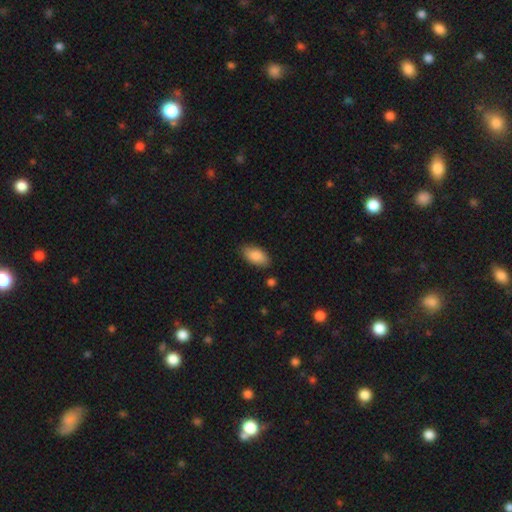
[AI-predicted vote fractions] A smooth galaxy with no disk features (87%) that is in between round and cigar-shaped (93%). Merging: none (84%).